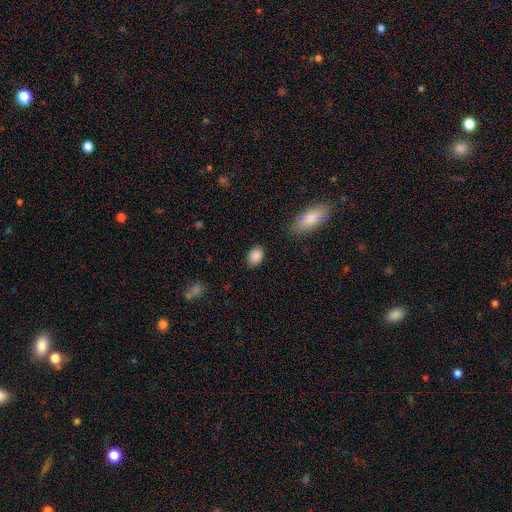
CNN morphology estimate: This appears to be a smooth galaxy with no disk features (88%) that is in between round and cigar-shaped (80%). Merging: none (84%).